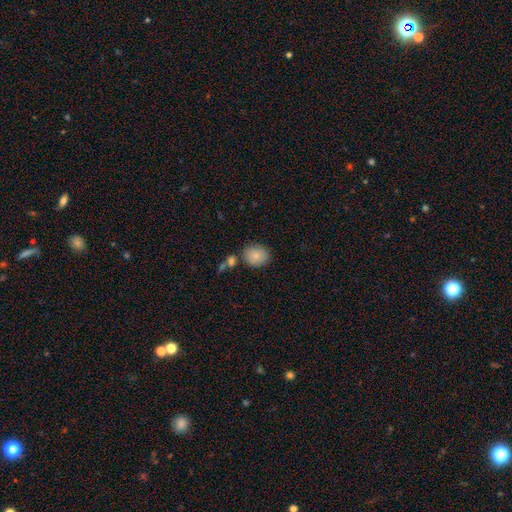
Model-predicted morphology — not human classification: A smooth galaxy with no disk features (84%) that is round (67%). Merging: none (77%).